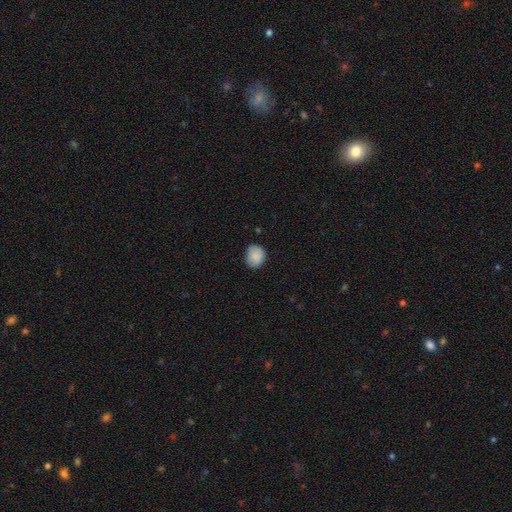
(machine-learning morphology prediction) Smooth or featured? smooth (86%)
How rounded? round (67%)
Merging? none (77%)